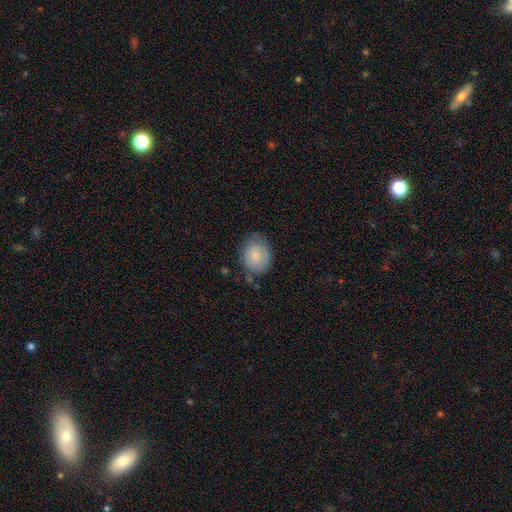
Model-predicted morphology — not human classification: smooth 81%, featured or disk 11%, star or artifact 7%. Down the decision tree: how rounded — round (51%); merging — none (69%).